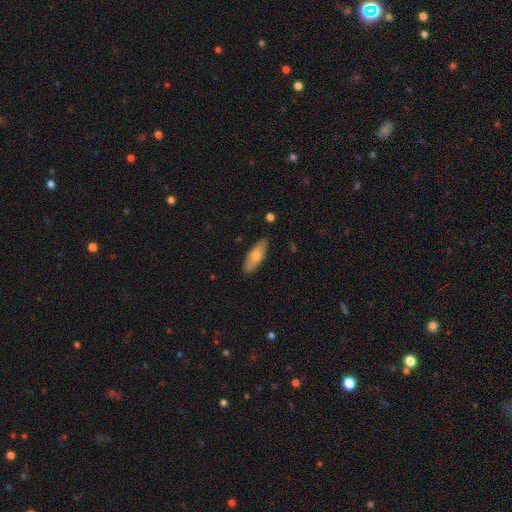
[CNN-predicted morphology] This is likely a smooth galaxy (64%). How rounded: likely in between (70%). Merging: clearly none (85%).